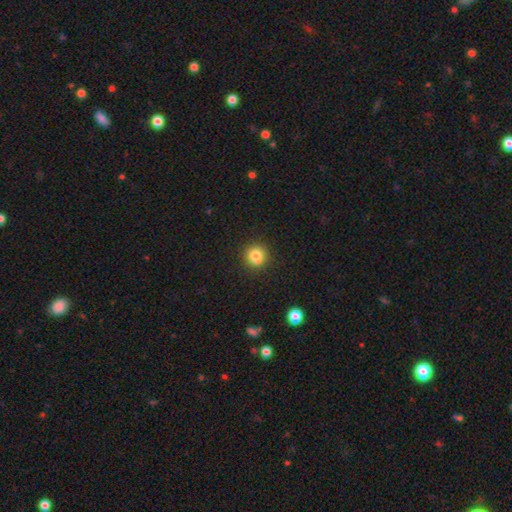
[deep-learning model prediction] smooth_or_featured: smooth (p=0.82) [alt: star or artifact p=0.12]
how_rounded: round (p=0.91) [alt: in between p=0.08]
merging: none (p=0.83) [alt: minor disturbance p=0.10]